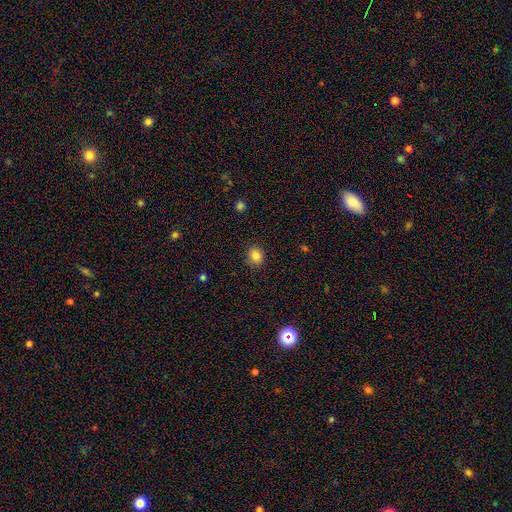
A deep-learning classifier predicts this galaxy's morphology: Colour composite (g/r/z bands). It shows a smooth galaxy with no disk features (85%) that is round (75%). Merging: none (87%).